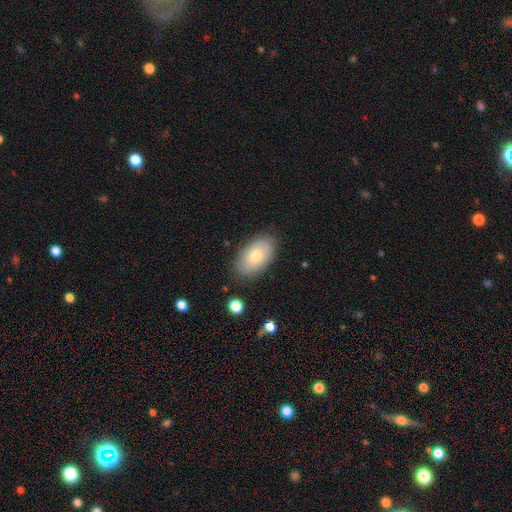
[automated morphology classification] Smooth or featured? Predicted: smooth (p=0.69). How rounded? Predicted: in between (p=0.93). Merging? Predicted: none (p=0.82).